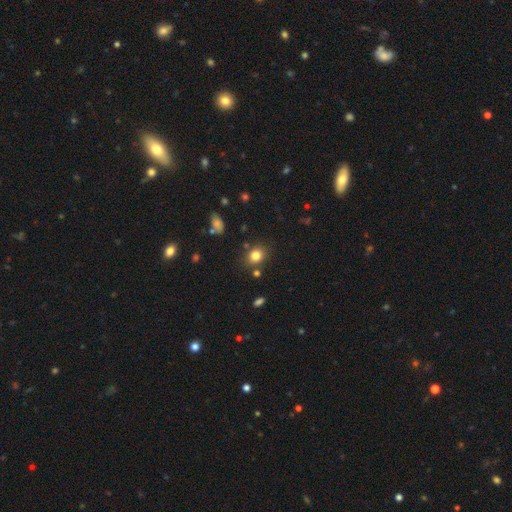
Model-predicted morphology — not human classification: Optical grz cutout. It shows a smooth galaxy with no disk features (80%) that is round (58%). Merging: none (79%).